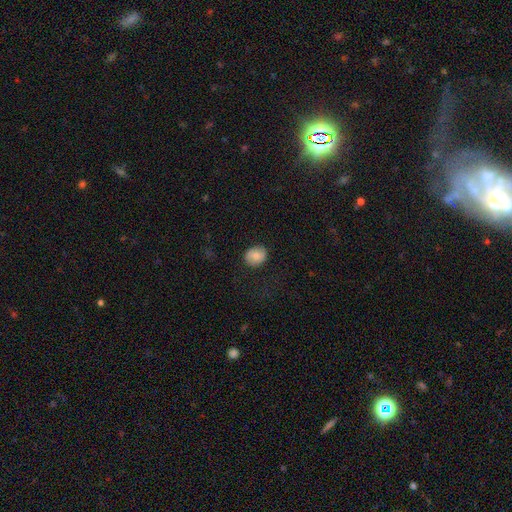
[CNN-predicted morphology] The model was most divided on "how rounded": round: 57%, in between: 42%, cigar-shaped: 1%. More confident: merging — none (83%); smooth or featured — smooth (80%).